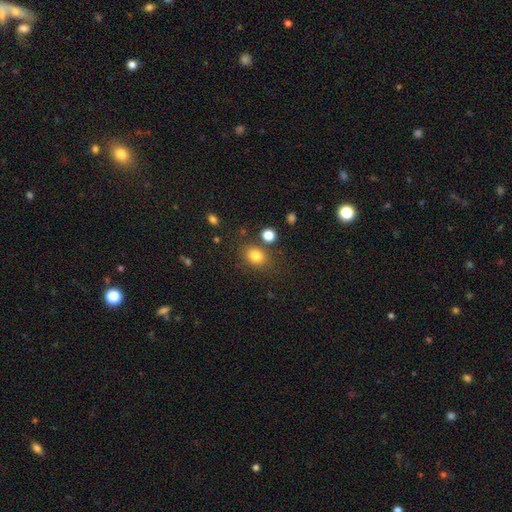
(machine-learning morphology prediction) smooth 81%, star or artifact 12%, featured or disk 7%. Down the decision tree: how rounded — round (52%); merging — none (75%).